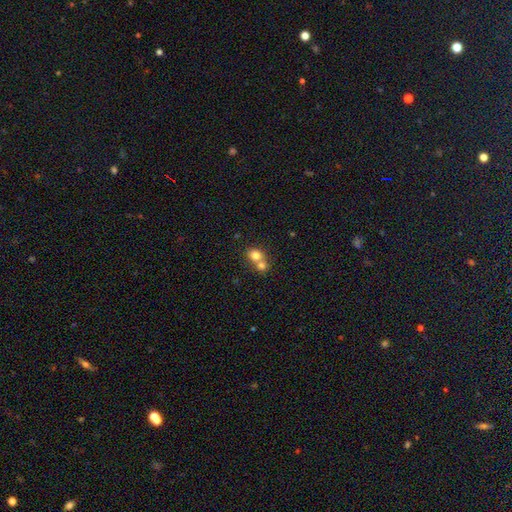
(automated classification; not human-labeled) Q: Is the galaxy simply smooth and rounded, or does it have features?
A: smooth — 78%.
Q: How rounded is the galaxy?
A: round — 71%.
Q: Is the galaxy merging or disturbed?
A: merger — 59%.